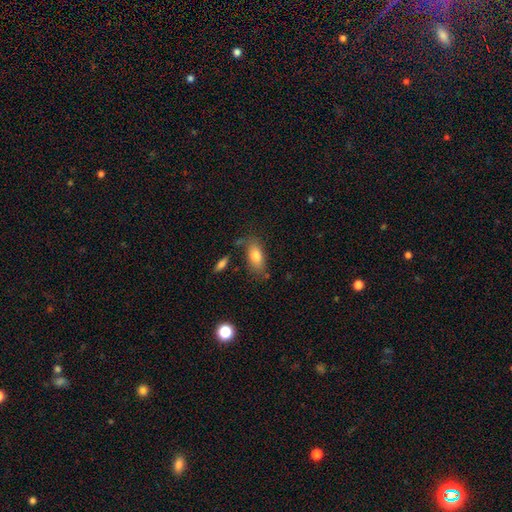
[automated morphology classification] Smooth or featured?
  - smooth: 78% *
  - featured or disk: 14%
  - star or artifact: 8%
How rounded?
  - in between: 87% *
  - cigar-shaped: 8%
  - round: 4%
Merging?
  - none: 68% *
  - minor disturbance: 18%
  - merger: 7%
  - major disturbance: 6%